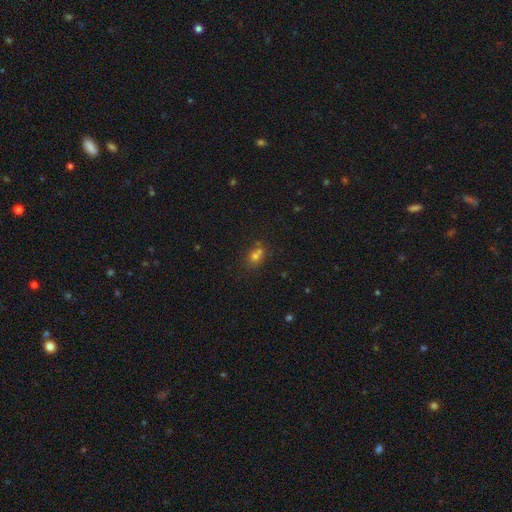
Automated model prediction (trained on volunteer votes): Smooth or featured?
  - smooth: 66% *
  - star or artifact: 21%
  - featured or disk: 12%
How rounded?
  - round: 59% *
  - in between: 39%
  - cigar-shaped: 2%
Merging?
  - none: 48% *
  - merger: 35%
  - minor disturbance: 12%
  - major disturbance: 5%